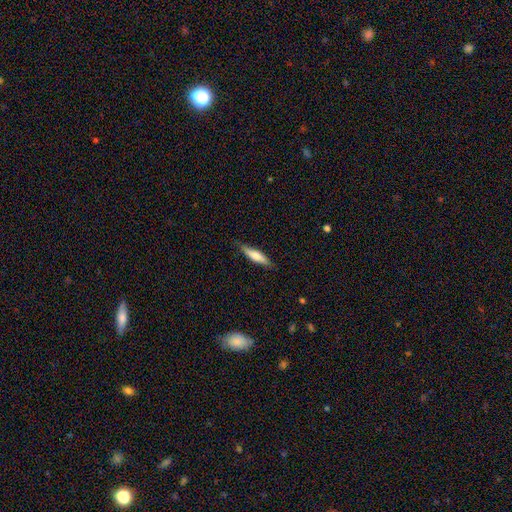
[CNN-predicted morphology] Q: Smooth or featured?
A: smooth (63%); runner-up: featured or disk (31%)
Q: How rounded?
A: cigar-shaped (73%); runner-up: in between (25%)
Q: Merging?
A: none (82%); runner-up: minor disturbance (14%)